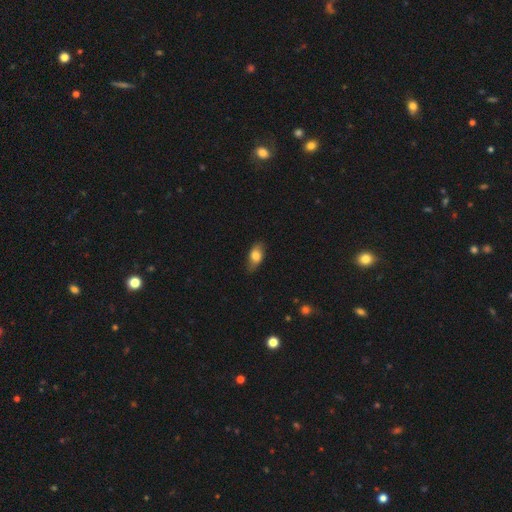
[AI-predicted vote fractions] Smooth or featured? smooth (75%)
How rounded? in between (86%)
Merging? none (78%)